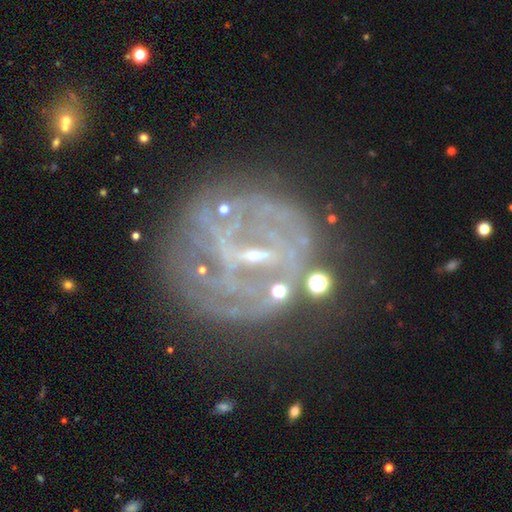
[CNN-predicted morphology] Smooth or featured?
  - featured or disk: 76% *
  - star or artifact: 13%
  - smooth: 11%
Edge-on disk?
  - no: 97% *
  - yes: 3%
Bar?
  - weak: 40% *
  - strong: 34%
  - no: 26%
Spiral arms?
  - yes: 63% *
  - no: 37%
Bulge size?
  - small: 68% *
  - none: 19%
  - moderate: 11%
  - large: 1%
  - dominant: 1%
Merging?
  - none: 60% *
  - minor disturbance: 18%
  - major disturbance: 17%
  - merger: 5%